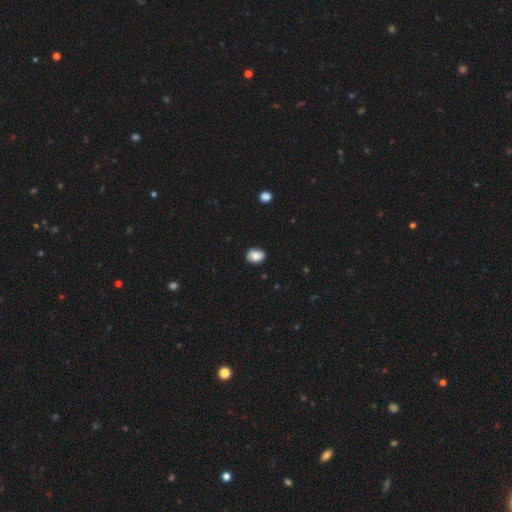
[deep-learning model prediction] Smooth or featured?
  - smooth: 82% *
  - featured or disk: 10%
  - star or artifact: 8%
How rounded?
  - in between: 65% *
  - round: 34%
  - cigar-shaped: 1%
Merging?
  - none: 86% *
  - minor disturbance: 11%
  - major disturbance: 2%
  - merger: 1%